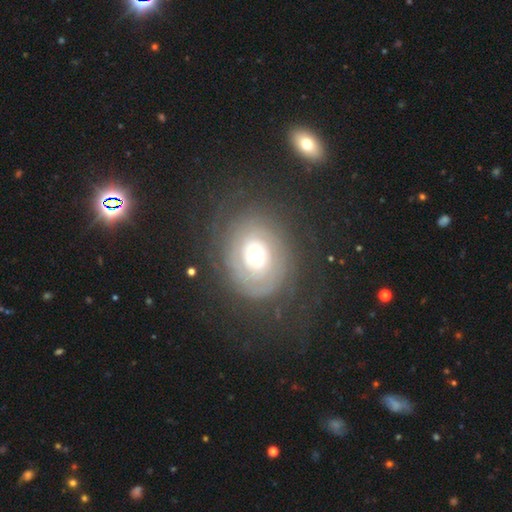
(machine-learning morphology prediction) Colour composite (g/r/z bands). It shows a featured or disk galaxy (73%) with no bar (84%), tight (77%) spiral arms (79%) and a moderate central bulge (62%). Merging: none (74%).